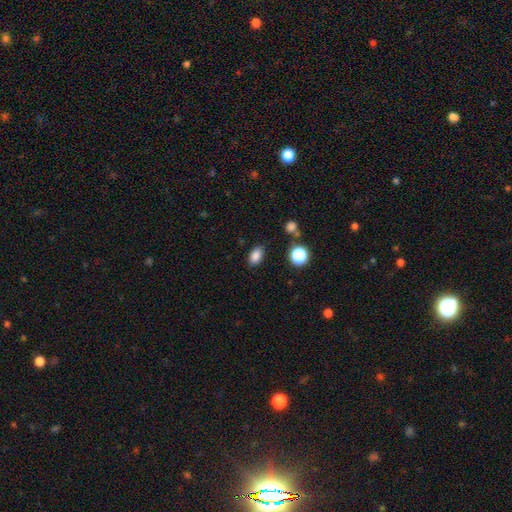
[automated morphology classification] This appears to be a smooth galaxy with no disk features (84%) that is in between round and cigar-shaped (85%). Merging: none (84%).